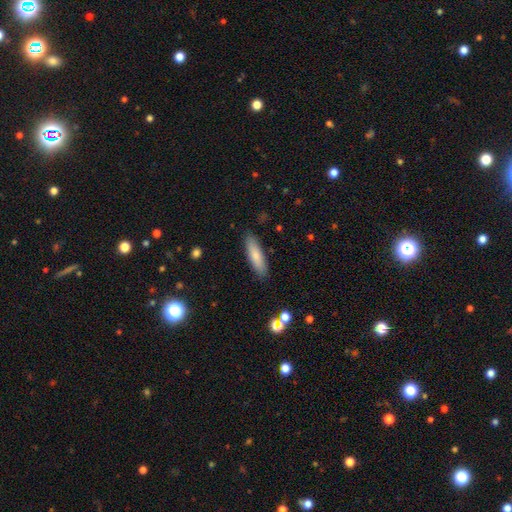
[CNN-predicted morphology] Q: Smooth or featured?
A: smooth (78%); runner-up: featured or disk (15%)
Q: How rounded?
A: cigar-shaped (65%); runner-up: in between (34%)
Q: Merging?
A: none (87%); runner-up: minor disturbance (9%)